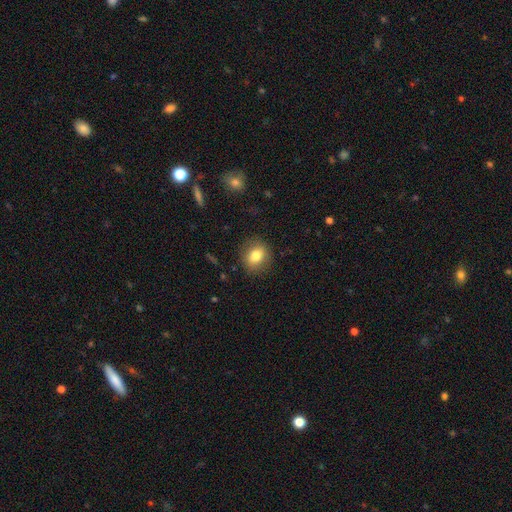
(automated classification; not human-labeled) Smooth or featured: smooth — 78% (featured or disk — 13%)
How rounded: round — 67% (in between — 32%)
Merging: none — 86% (minor disturbance — 10%)